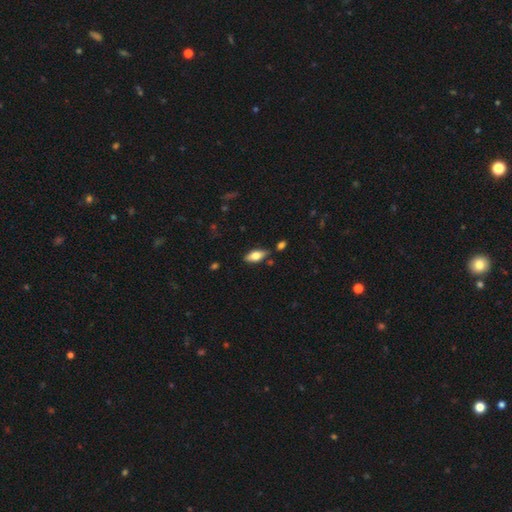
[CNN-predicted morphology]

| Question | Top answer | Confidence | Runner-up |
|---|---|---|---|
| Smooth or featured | smooth | 62% | featured or disk (31%) |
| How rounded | in between | 80% | cigar-shaped (17%) |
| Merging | none | 77% | minor disturbance (14%) |